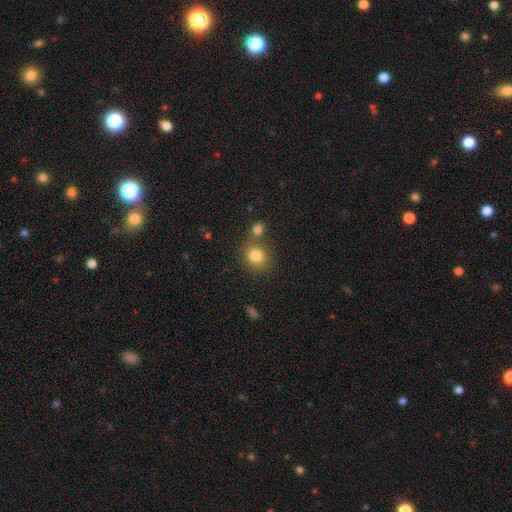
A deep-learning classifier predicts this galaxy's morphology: Smooth or featured? smooth (82%)
How rounded? round (74%)
Merging? none (65%)